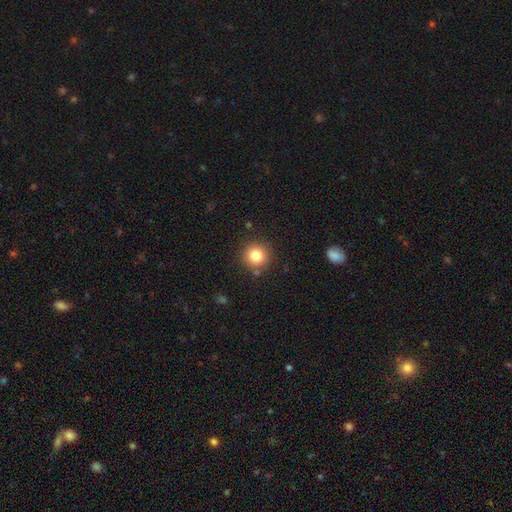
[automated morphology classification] type=smooth (81%); roundness=round (94%); merging=none (87%).